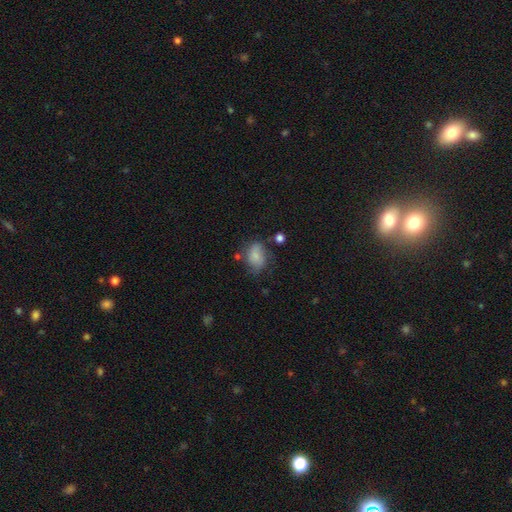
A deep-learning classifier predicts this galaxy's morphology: Smooth or featured?
  - smooth: 72% *
  - featured or disk: 19%
  - star or artifact: 9%
How rounded?
  - in between: 73% *
  - round: 25%
  - cigar-shaped: 1%
Merging?
  - none: 51% *
  - minor disturbance: 29%
  - major disturbance: 14%
  - merger: 6%